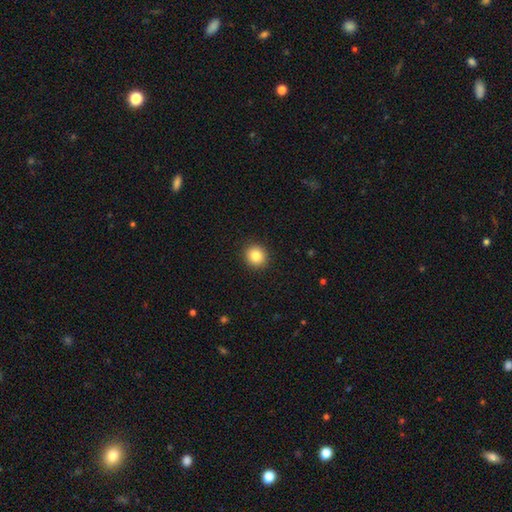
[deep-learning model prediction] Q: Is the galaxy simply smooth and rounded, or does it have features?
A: smooth — 84%.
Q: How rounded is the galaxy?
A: round — 88%.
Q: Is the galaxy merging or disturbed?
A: none — 92%.